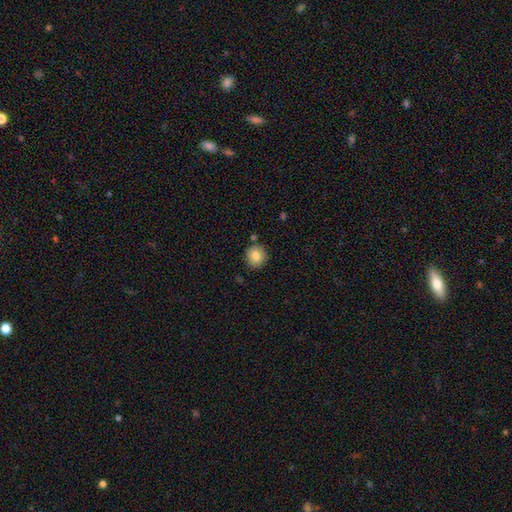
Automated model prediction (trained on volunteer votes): smooth-or-featured: smooth: 82% | featured or disk: 9% | star or artifact: 9%
  how-rounded: round: 92% | in between: 7% | cigar-shaped: 1%
  merging: none: 85% | minor disturbance: 9% | merger: 4% | major disturbance: 2%